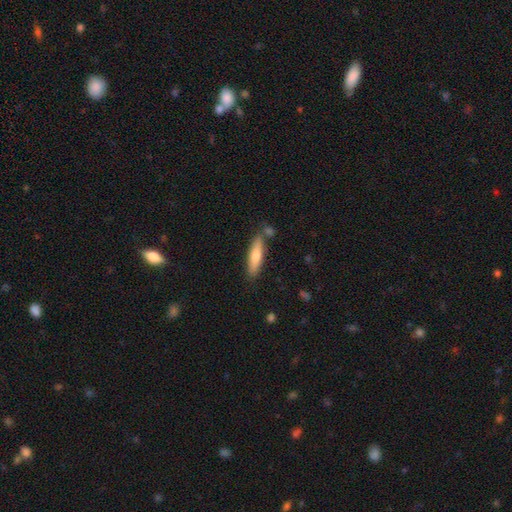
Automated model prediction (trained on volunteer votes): Overall: smooth (71%). How rounded: cigar-shaped (72%). Merging: none (78%).